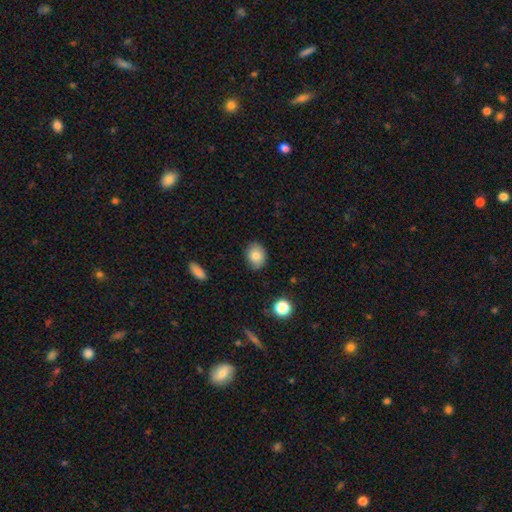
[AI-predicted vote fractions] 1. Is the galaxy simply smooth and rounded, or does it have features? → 83% smooth, 9% featured or disk, 9% star or artifact.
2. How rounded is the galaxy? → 57% in between, 41% round, 1% cigar-shaped.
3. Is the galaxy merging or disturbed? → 84% none, 12% minor disturbance, 2% major disturbance, 1% merger.